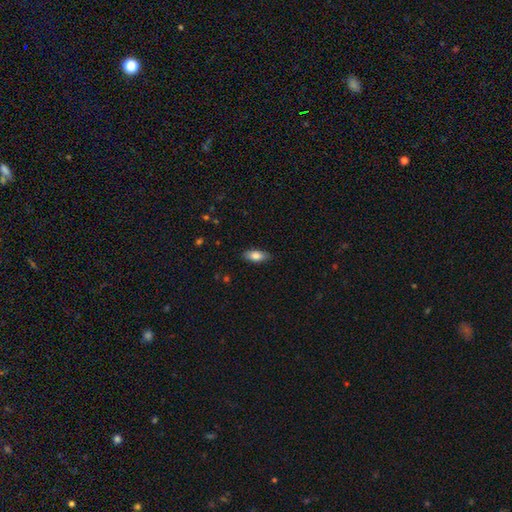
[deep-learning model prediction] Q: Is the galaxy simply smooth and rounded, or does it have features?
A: smooth — 81%.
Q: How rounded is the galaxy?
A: in between — 84%.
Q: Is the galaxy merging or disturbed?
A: none — 87%.